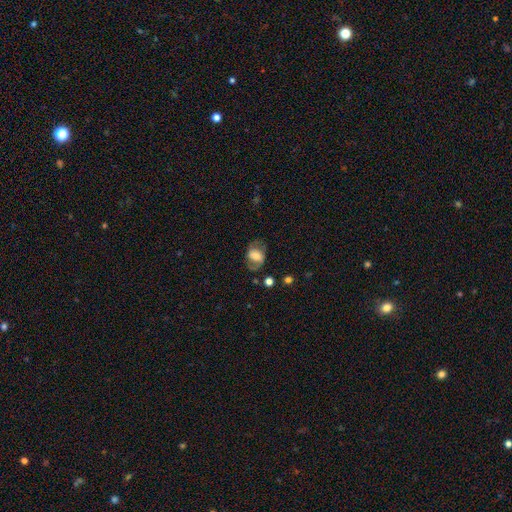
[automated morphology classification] featured or disk 47%, smooth 44%, star or artifact 9%. Down the decision tree: merging — none (60%).